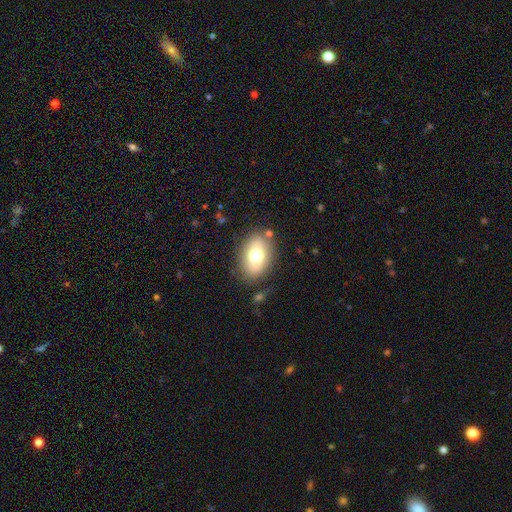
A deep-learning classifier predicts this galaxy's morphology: smooth 73%, featured or disk 19%, star or artifact 9%. Down the decision tree: how rounded — in between (83%); merging — none (80%).